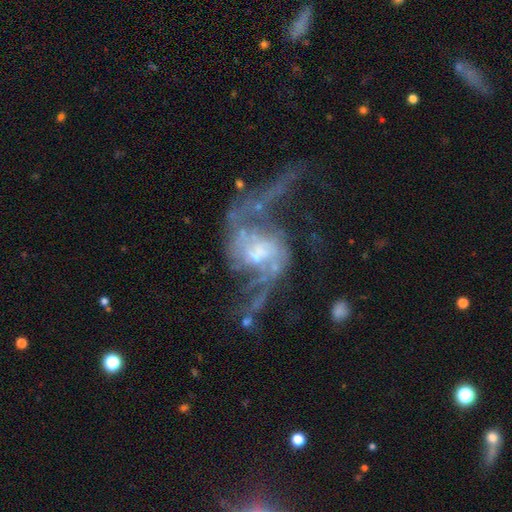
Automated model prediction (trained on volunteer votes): smooth-or-featured: featured or disk: 79% | smooth: 11% | star or artifact: 10%
  disk-edge-on: no: 97% | yes: 3%
    bar: no: 52% | weak: 34% | strong: 14%
    has-spiral-arms: yes: 77% | no: 23%
      spiral-winding: loose: 54% | medium: 33% | tight: 13%
      spiral-arm-count: 2: 57% | can't tell: 19% | 3: 7% | 1: 7% | 4: 5% | more than 4: 5%
    bulge-size: none: 32% | moderate: 29% | small: 28% | large: 9% | dominant: 3%
  merging: major disturbance: 40% | none: 33% | minor disturbance: 16% | merger: 11%